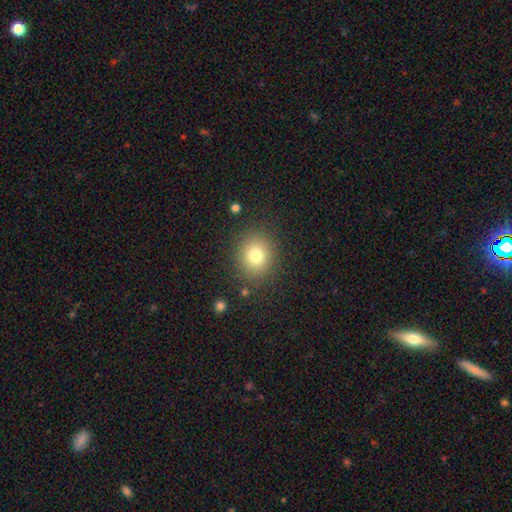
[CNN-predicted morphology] Smooth or featured? Predicted: smooth (p=0.77). How rounded? Predicted: round (p=0.81). Merging? Predicted: none (p=0.86).